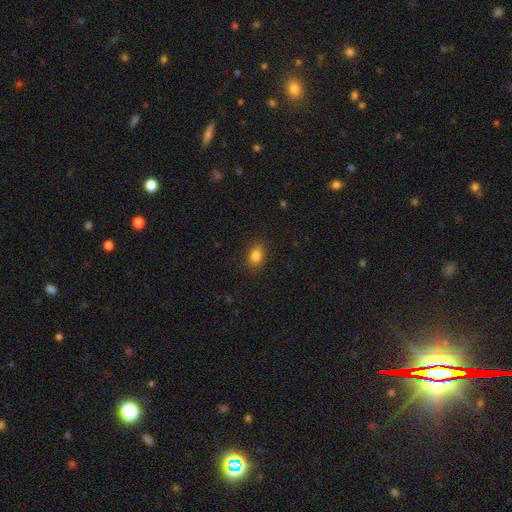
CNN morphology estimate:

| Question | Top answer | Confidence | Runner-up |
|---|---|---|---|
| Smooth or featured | smooth | 84% | star or artifact (11%) |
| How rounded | in between | 74% | round (24%) |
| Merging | none | 87% | minor disturbance (10%) |